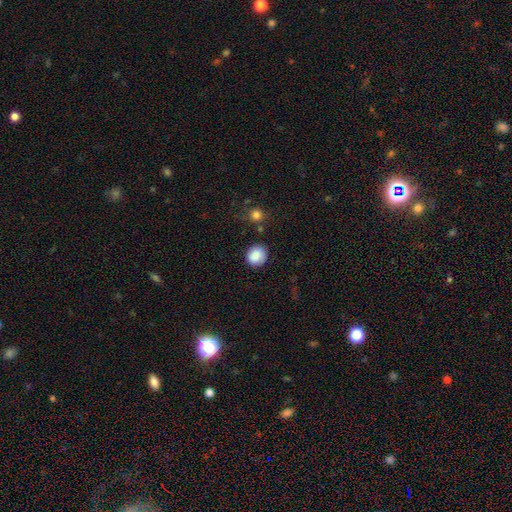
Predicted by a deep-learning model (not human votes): smooth-or-featured: smooth: 87% | star or artifact: 8% | featured or disk: 5%
  how-rounded: round: 84% | in between: 15% | cigar-shaped: 1%
  merging: none: 83% | minor disturbance: 12% | major disturbance: 3% | merger: 3%